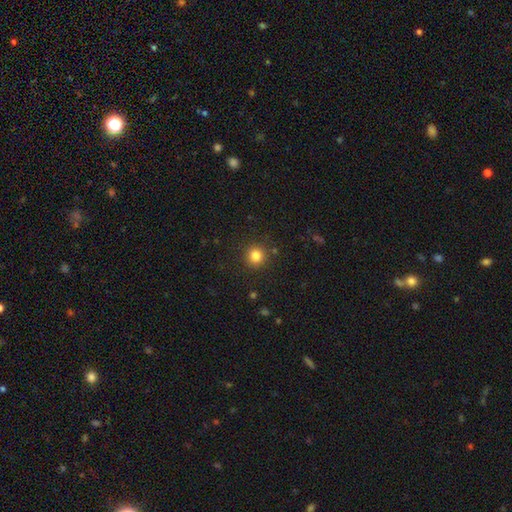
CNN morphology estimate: This is clearly a smooth galaxy (82%). How rounded: clearly round (93%). Merging: clearly none (89%).